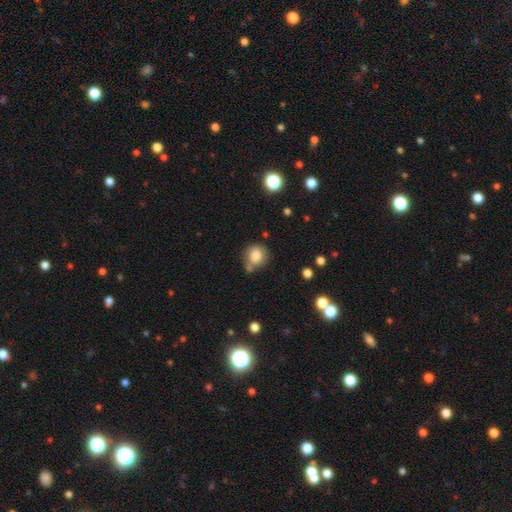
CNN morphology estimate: Smooth or featured? Predicted: smooth (p=0.82). How rounded? Predicted: round (p=0.87). Merging? Predicted: none (p=0.63).